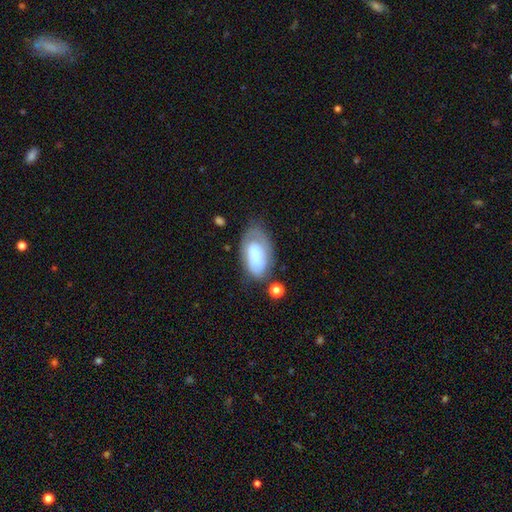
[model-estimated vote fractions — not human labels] This appears to be a smooth galaxy with no disk features (60%) that is in between round and cigar-shaped (93%). Merging: none (49%).